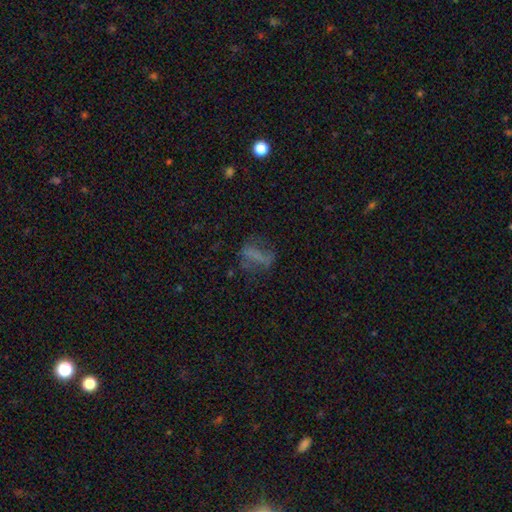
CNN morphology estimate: Smooth or featured? smooth (44%)
Merging? none (50%)